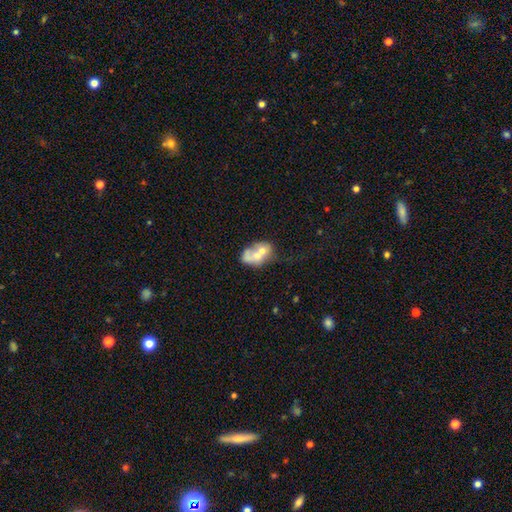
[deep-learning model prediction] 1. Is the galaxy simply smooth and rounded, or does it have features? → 50% smooth, 41% featured or disk, 9% star or artifact.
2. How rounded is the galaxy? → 71% in between, 28% round, 1% cigar-shaped.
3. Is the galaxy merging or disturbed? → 61% merger, 18% none, 11% minor disturbance, 10% major disturbance.